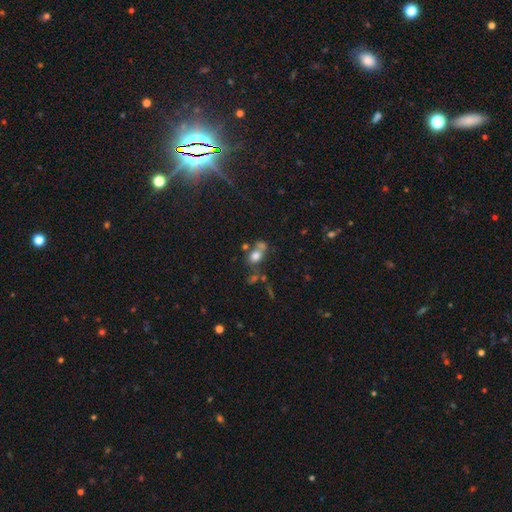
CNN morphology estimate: type=smooth (71%); roundness=in between (58%); merging=none (41%).